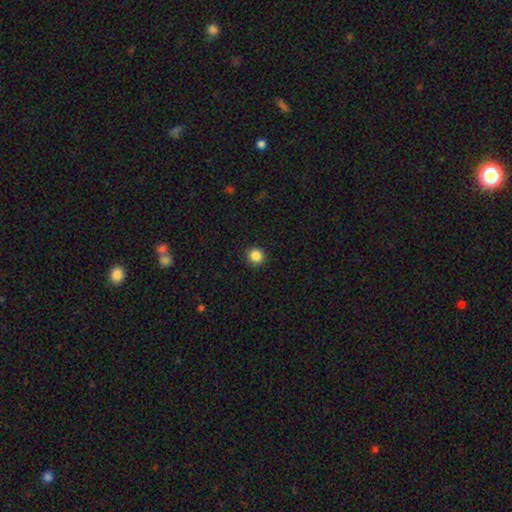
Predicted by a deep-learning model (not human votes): Smooth or featured?
  - smooth: 86% *
  - star or artifact: 11%
  - featured or disk: 3%
How rounded?
  - round: 95% *
  - in between: 4%
  - cigar-shaped: 1%
Merging?
  - none: 93% *
  - minor disturbance: 5%
  - major disturbance: 2%
  - merger: 1%